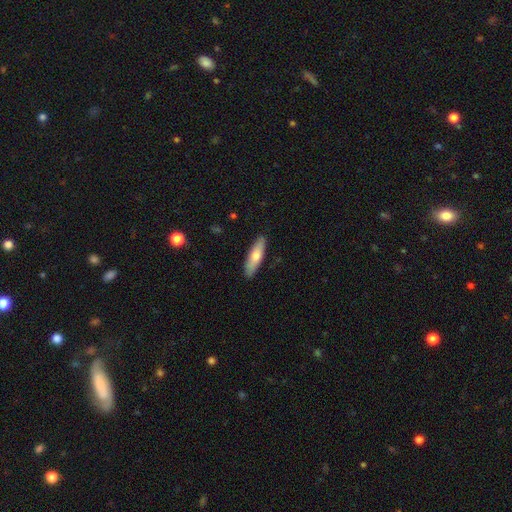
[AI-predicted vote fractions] Smooth or featured: smooth — 69% (featured or disk — 26%)
How rounded: cigar-shaped — 61% (in between — 37%)
Merging: none — 88% (minor disturbance — 9%)